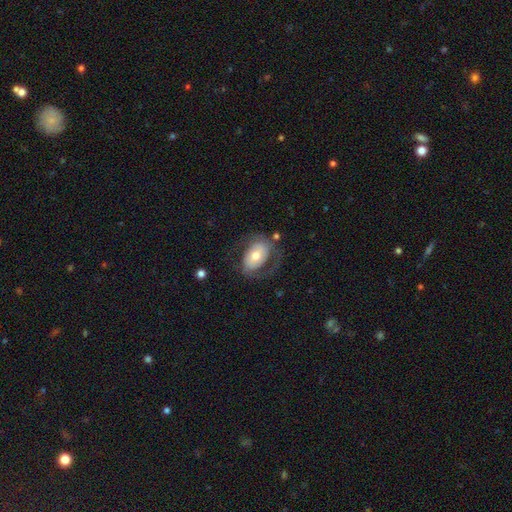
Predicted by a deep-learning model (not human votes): A featured or disk galaxy (53%). Merging: none (58%).